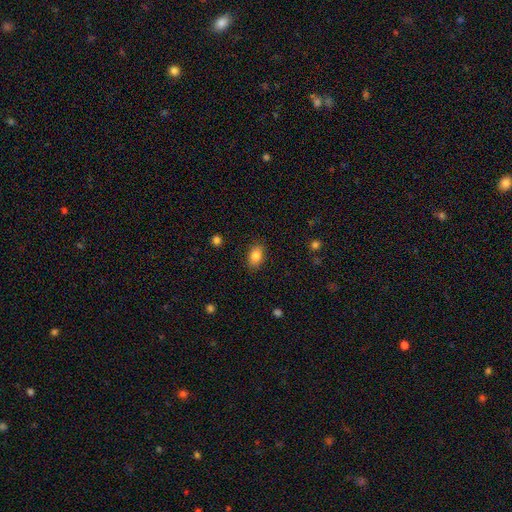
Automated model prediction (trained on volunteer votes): Smooth or featured: smooth — 84% (star or artifact — 8%)
How rounded: in between — 87% (round — 12%)
Merging: none — 86% (minor disturbance — 10%)